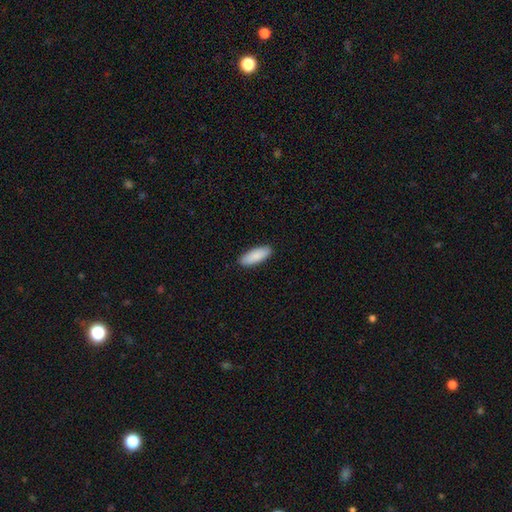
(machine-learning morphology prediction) Smooth or featured?
  - smooth: 89% *
  - featured or disk: 6%
  - star or artifact: 5%
How rounded?
  - in between: 74% *
  - cigar-shaped: 25%
  - round: 2%
Merging?
  - none: 90% *
  - minor disturbance: 8%
  - major disturbance: 2%
  - merger: 1%